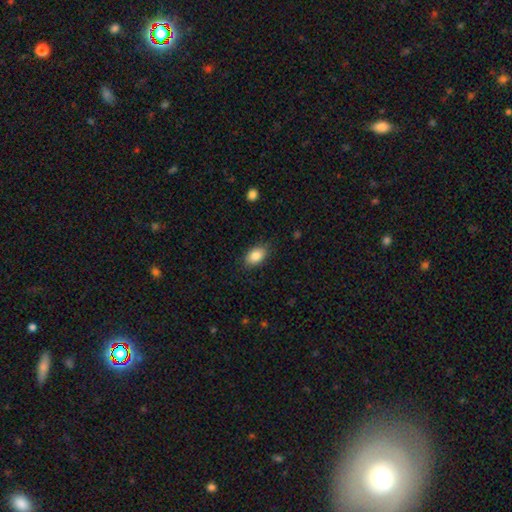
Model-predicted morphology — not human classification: type=smooth (85%); roundness=in between (88%); merging=none (84%).